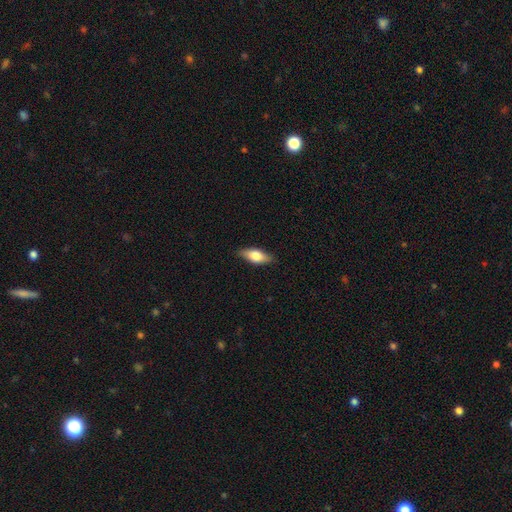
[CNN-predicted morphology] smooth_or_featured: smooth (p=0.68) [alt: featured or disk p=0.25]
how_rounded: in between (p=0.79) [alt: cigar-shaped p=0.18]
merging: none (p=0.85) [alt: minor disturbance p=0.12]